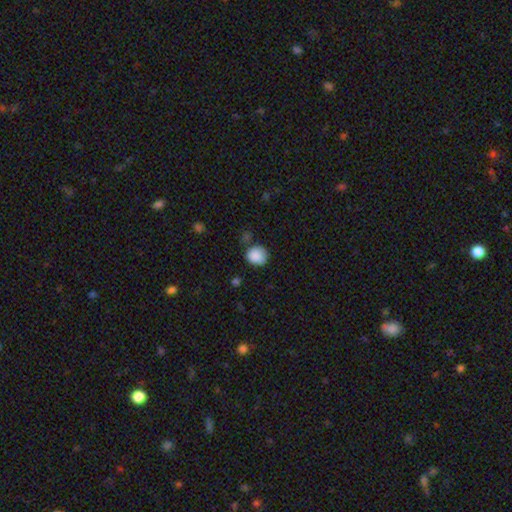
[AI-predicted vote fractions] Smooth or featured? Predicted: smooth (p=0.87). How rounded? Predicted: round (p=0.73). Merging? Predicted: none (p=0.67).